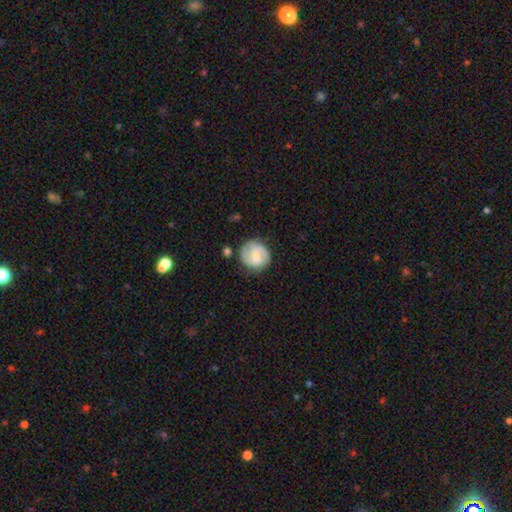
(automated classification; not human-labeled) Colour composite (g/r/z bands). It shows a featured or disk galaxy (50%). Merging: none (70%).